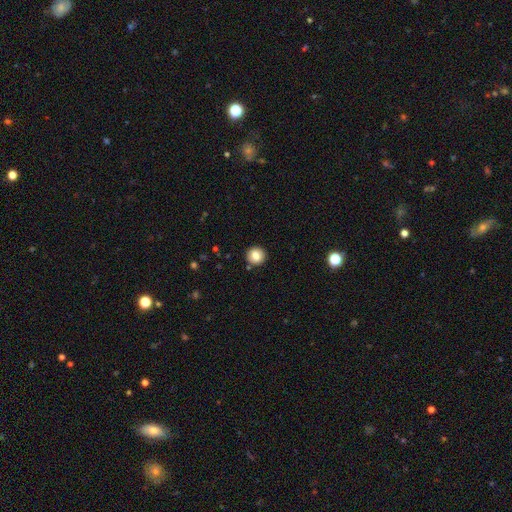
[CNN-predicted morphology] type=smooth (82%); roundness=round (91%); merging=none (90%).